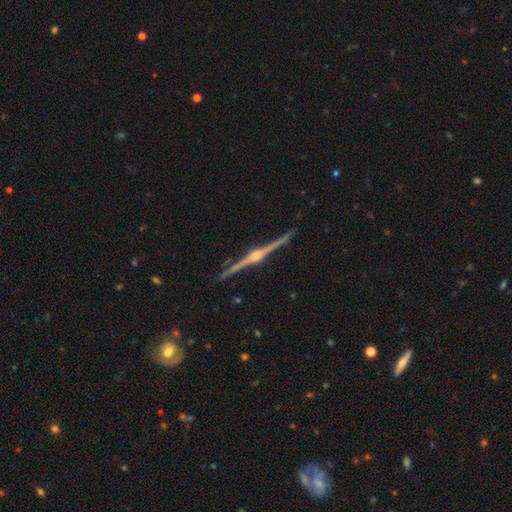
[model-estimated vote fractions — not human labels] Smooth or featured: featured or disk — 90% (star or artifact — 6%)
Edge-on disk: yes — 99% (no — 1%)
Edge-on bulge: rounded — 94% (boxy — 4%)
Merging: none — 91% (minor disturbance — 6%)